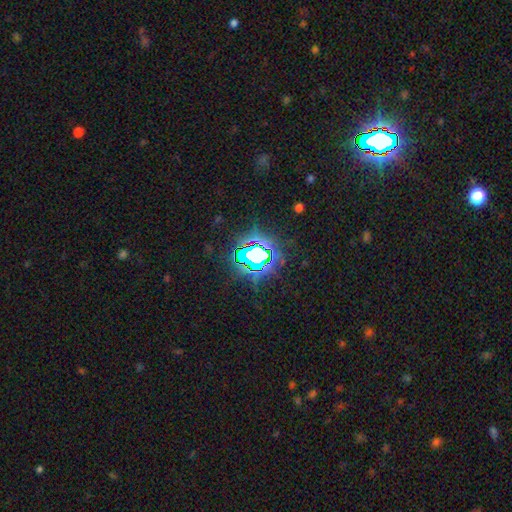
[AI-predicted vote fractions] Smooth or featured? star or artifact (75%)